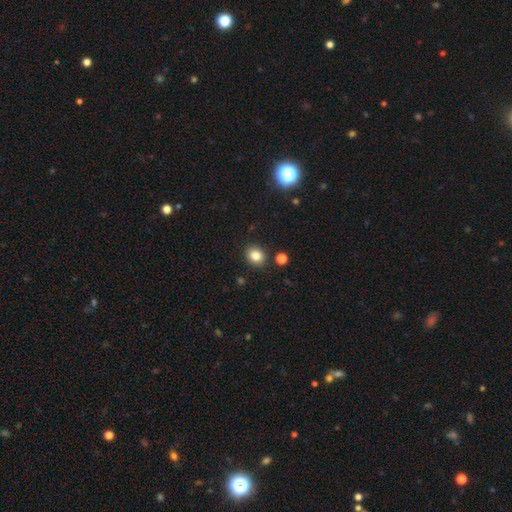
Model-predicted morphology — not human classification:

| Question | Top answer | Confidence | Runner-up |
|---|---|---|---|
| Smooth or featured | smooth | 82% | star or artifact (12%) |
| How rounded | round | 69% | in between (30%) |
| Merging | none | 87% | minor disturbance (8%) |